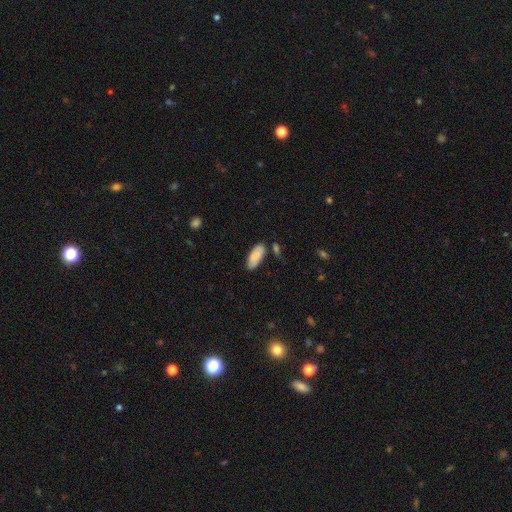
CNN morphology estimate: smooth-or-featured: smooth: 82% | featured or disk: 12% | star or artifact: 6%
  how-rounded: in between: 83% | cigar-shaped: 15% | round: 2%
  merging: none: 71% | minor disturbance: 19% | merger: 6% | major disturbance: 4%